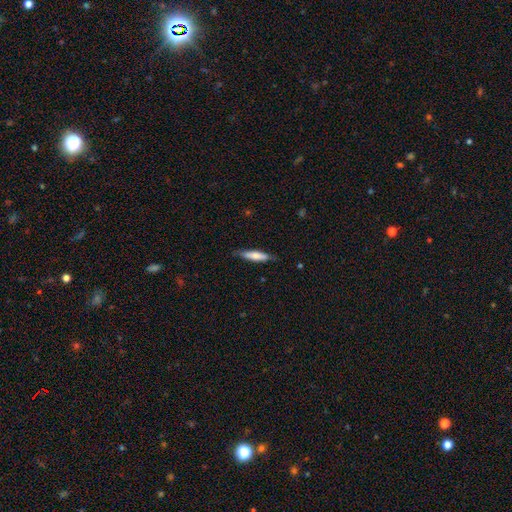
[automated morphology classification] smooth-or-featured: smooth: 68% | featured or disk: 27% | star or artifact: 6%
  how-rounded: cigar-shaped: 79% | in between: 20% | round: 1%
  merging: none: 81% | minor disturbance: 16% | major disturbance: 3% | merger: 1%